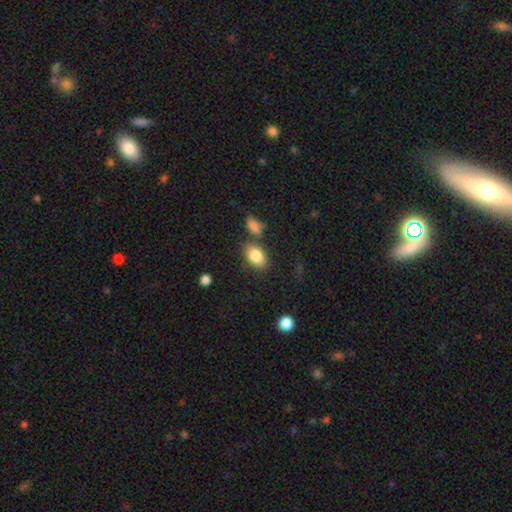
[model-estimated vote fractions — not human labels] A smooth galaxy with no disk features (85%) that is in between round and cigar-shaped (84%).

Vote fractions:
- Smooth or featured? smooth: 85% / star or artifact: 8% / featured or disk: 7%
- How rounded? in between: 84% / round: 14% / cigar-shaped: 1%
- Merging? none: 69% / merger: 14% / minor disturbance: 13% / major disturbance: 4%